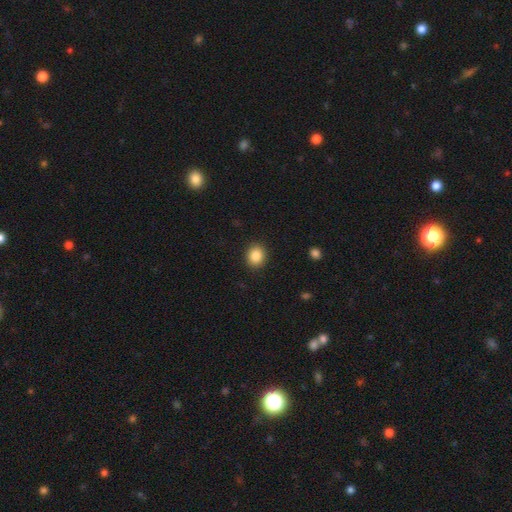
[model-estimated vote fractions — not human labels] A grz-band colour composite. It shows a smooth galaxy with no disk features (86%) that is round (73%). Merging: none (91%).